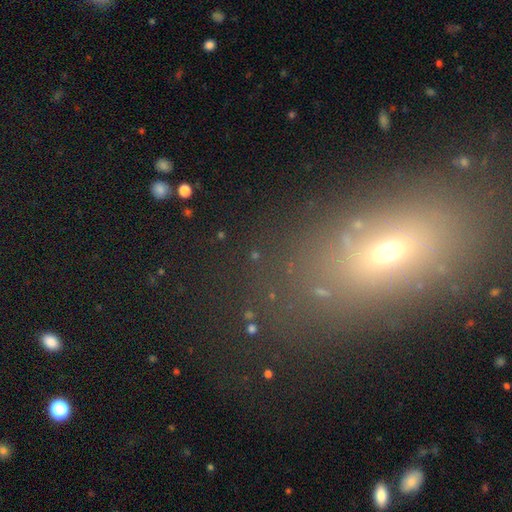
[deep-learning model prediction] smooth-or-featured: star or artifact: 53% | smooth: 31% | featured or disk: 16%